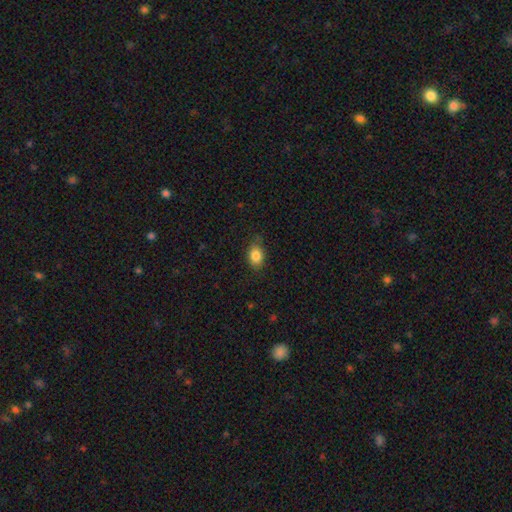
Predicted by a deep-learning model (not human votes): This appears to be a smooth galaxy with no disk features (84%) that is in between round and cigar-shaped (69%). Merging: none (75%).